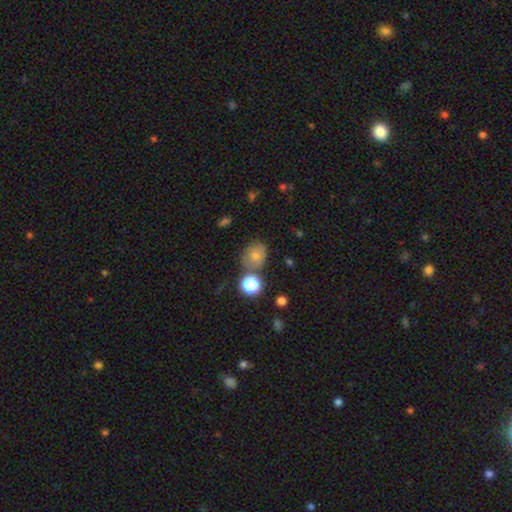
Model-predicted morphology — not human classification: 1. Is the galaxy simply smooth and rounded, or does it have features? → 68% smooth, 17% star or artifact, 16% featured or disk.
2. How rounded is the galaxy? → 64% round, 35% in between, 1% cigar-shaped.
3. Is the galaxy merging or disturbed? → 66% none, 17% minor disturbance, 12% merger, 5% major disturbance.